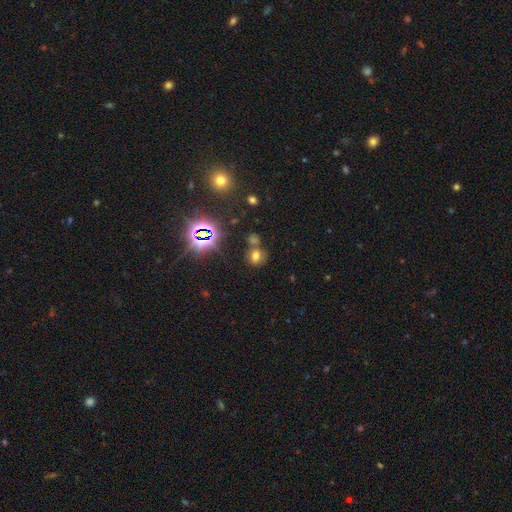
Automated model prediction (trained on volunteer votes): Smooth or featured: smooth — 57% (star or artifact — 33%)
How rounded: round — 55% (in between — 44%)
Merging: none — 62% (merger — 23%)